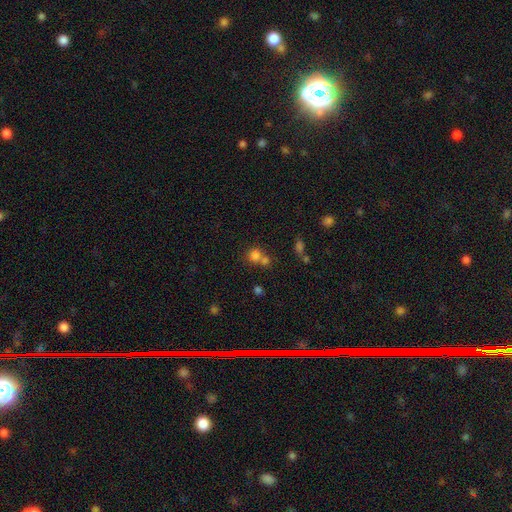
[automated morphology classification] A smooth galaxy with no disk features (74%) that is round (81%).

Vote fractions:
- Smooth or featured? smooth: 74% / star or artifact: 16% / featured or disk: 10%
- How rounded? round: 81% / in between: 18% / cigar-shaped: 1%
- Merging? merger: 47% / none: 42% / minor disturbance: 7% / major disturbance: 4%